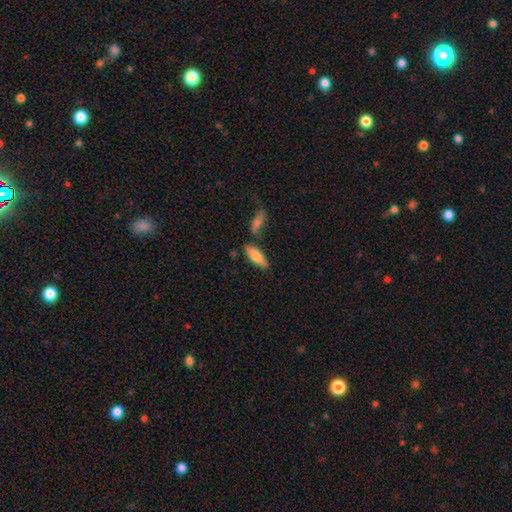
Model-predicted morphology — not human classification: Q: Smooth or featured?
A: smooth (79%); runner-up: featured or disk (15%)
Q: How rounded?
A: in between (68%); runner-up: cigar-shaped (30%)
Q: Merging?
A: none (69%); runner-up: minor disturbance (15%)